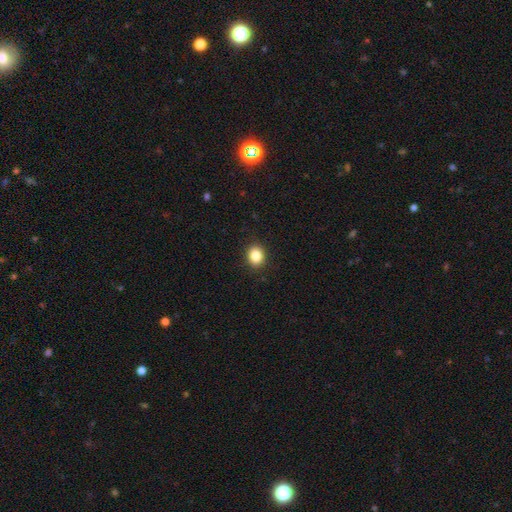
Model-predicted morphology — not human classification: Overall: smooth (86%). How rounded: round (60%; in between 39%). Merging: none (90%).